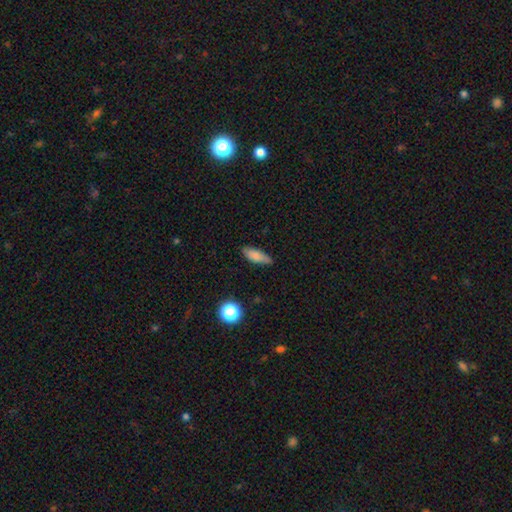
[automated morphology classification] This is clearly a smooth galaxy (81%). How rounded: likely in between (66%). Merging: likely none (76%).